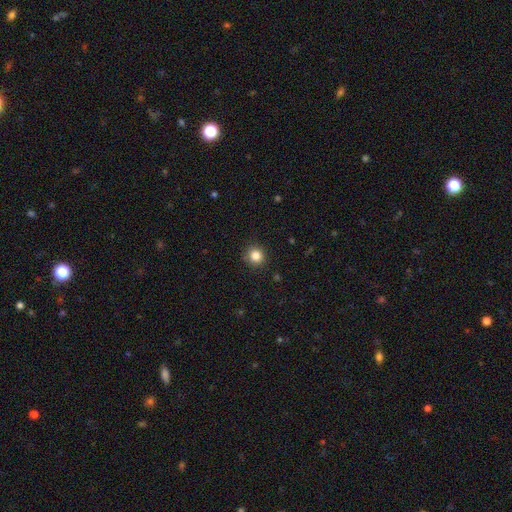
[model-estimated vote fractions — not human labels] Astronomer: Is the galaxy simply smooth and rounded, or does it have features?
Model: smooth — 84%.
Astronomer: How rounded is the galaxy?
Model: round — 91%.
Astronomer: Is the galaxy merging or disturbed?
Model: none — 89%.